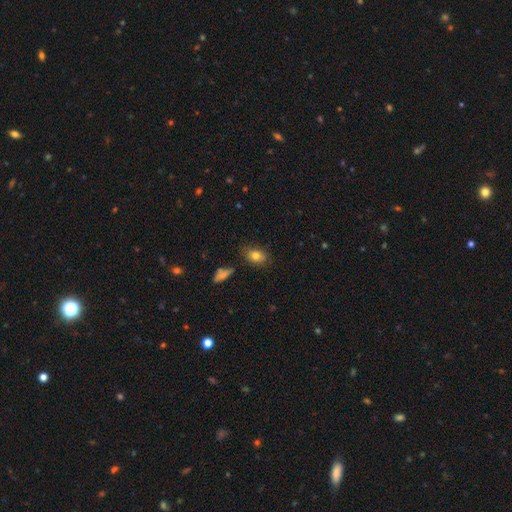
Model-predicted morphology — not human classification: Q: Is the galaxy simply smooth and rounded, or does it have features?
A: smooth — 79%.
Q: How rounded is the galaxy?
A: in between — 78%.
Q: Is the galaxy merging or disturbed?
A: none — 79%.